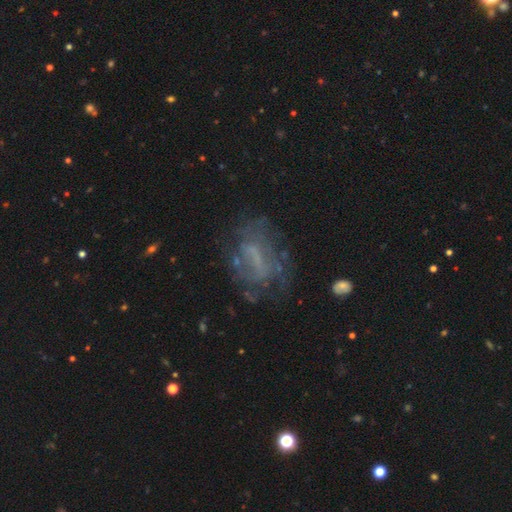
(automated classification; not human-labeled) smooth-or-featured: featured or disk: 55% | smooth: 27% | star or artifact: 18%
  disk-edge-on: no: 93% | yes: 7%
    bar: no: 45% | weak: 34% | strong: 21%
    has-spiral-arms: no: 62% | yes: 38%
    bulge-size: none: 61% | small: 22% | moderate: 12% | large: 3% | dominant: 1%
  merging: none: 56% | major disturbance: 22% | minor disturbance: 19% | merger: 3%